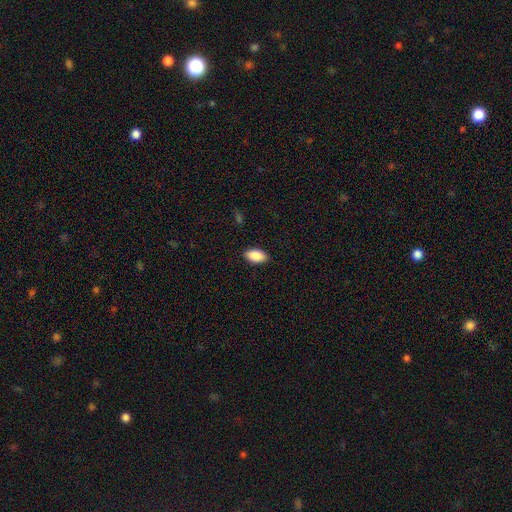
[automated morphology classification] Smooth or featured? Predicted: smooth (p=0.88). How rounded? Predicted: in between (p=0.93). Merging? Predicted: none (p=0.89).